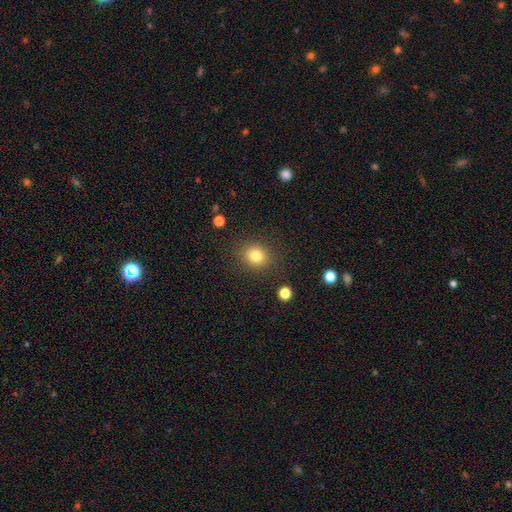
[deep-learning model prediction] This is clearly a smooth galaxy (81%). How rounded: likely round (73%). Merging: clearly none (86%).